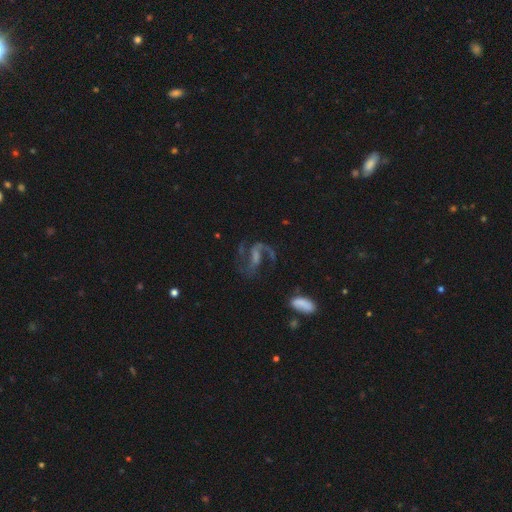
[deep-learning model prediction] smooth_or_featured: featured or disk (p=0.82) [alt: star or artifact p=0.10]
disk_edge_on: no (p=0.97) [alt: yes p=0.03]
bar: weak (p=0.42) [alt: strong p=0.34]
has_spiral_arms: yes (p=0.95) [alt: no p=0.05]
spiral_winding: medium (p=0.47) [alt: loose p=0.41]
spiral_arm_count: 2 (p=0.82) [alt: 1 p=0.07]
bulge_size: small (p=0.36) [alt: none p=0.33]
merging: none (p=0.59) [alt: major disturbance p=0.21]